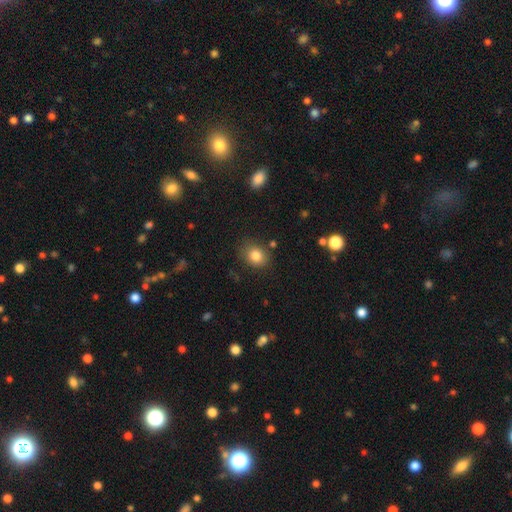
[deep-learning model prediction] Smooth or featured? Predicted: smooth (p=0.82). How rounded? Predicted: round (p=0.56). Merging? Predicted: none (p=0.80).